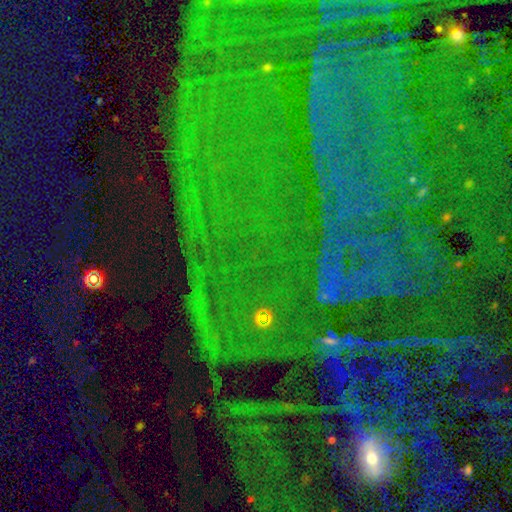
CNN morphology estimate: This is clearly a star or artifact rather than a galaxy (87%).